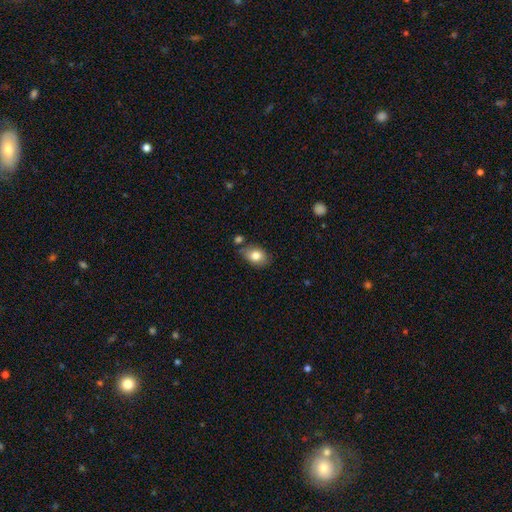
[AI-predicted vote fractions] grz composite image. It shows a smooth galaxy with no disk features (81%) that is in between round and cigar-shaped (82%). Merging: none (70%).